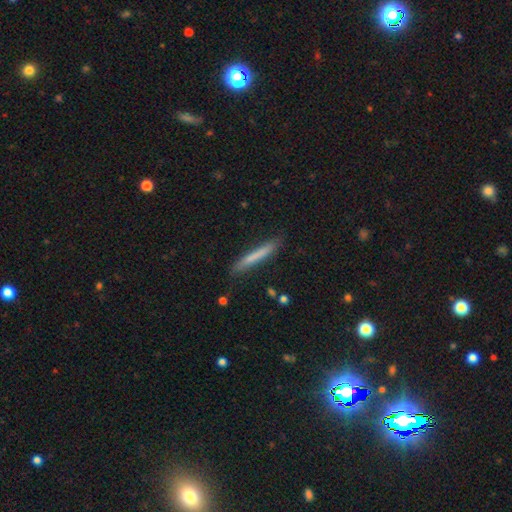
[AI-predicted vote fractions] Smooth or featured: smooth — 71% (featured or disk — 23%)
How rounded: cigar-shaped — 95% (in between — 3%)
Merging: none — 84% (minor disturbance — 12%)